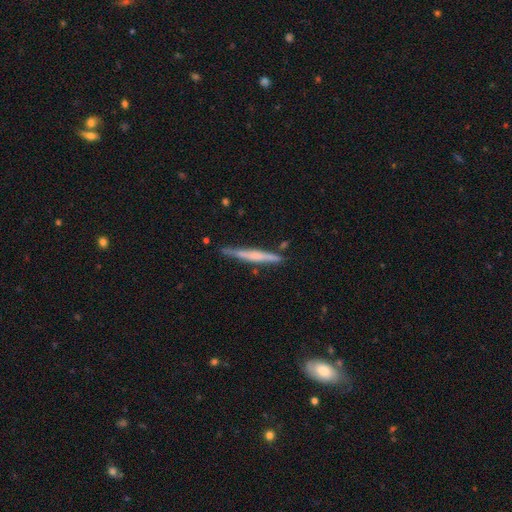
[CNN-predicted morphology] Smooth or featured: featured or disk — 52% (smooth — 42%)
Edge-on disk: yes — 96% (no — 4%)
Merging: none — 81% (minor disturbance — 14%)